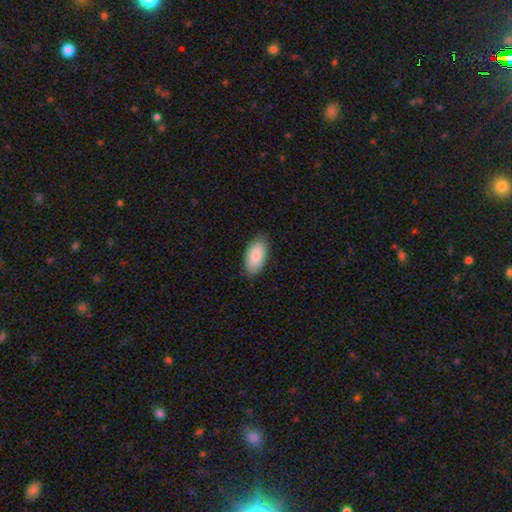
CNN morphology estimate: Smooth or featured: smooth — 86% (featured or disk — 9%)
How rounded: in between — 94% (cigar-shaped — 4%)
Merging: none — 83% (minor disturbance — 14%)